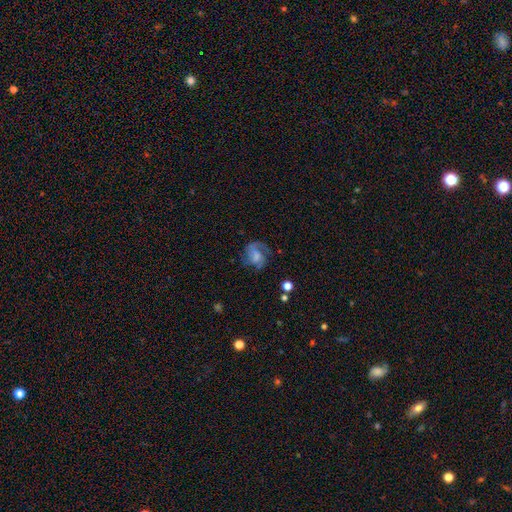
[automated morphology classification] Overall: featured or disk (57%; smooth 34%). Edge-on disk: no (97%). Bar: no (52%; weak 39%). Spiral arms: yes (79%). Bulge size: moderate (30%; none 29%). Merging: none (50%; major disturbance 25%).